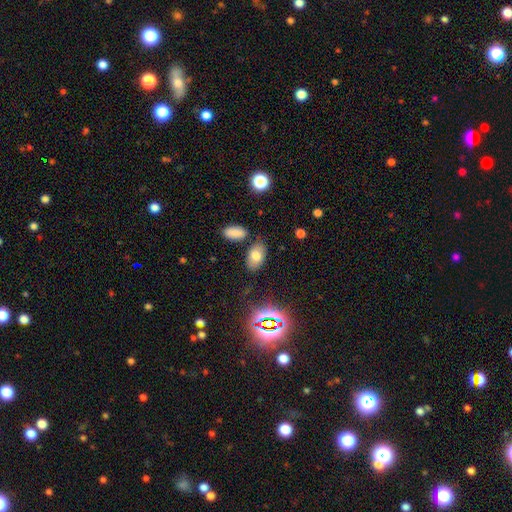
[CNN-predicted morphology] smooth-or-featured: smooth: 75% | star or artifact: 13% | featured or disk: 12%
  how-rounded: in between: 92% | round: 6% | cigar-shaped: 2%
  merging: none: 79% | minor disturbance: 12% | merger: 5% | major disturbance: 3%